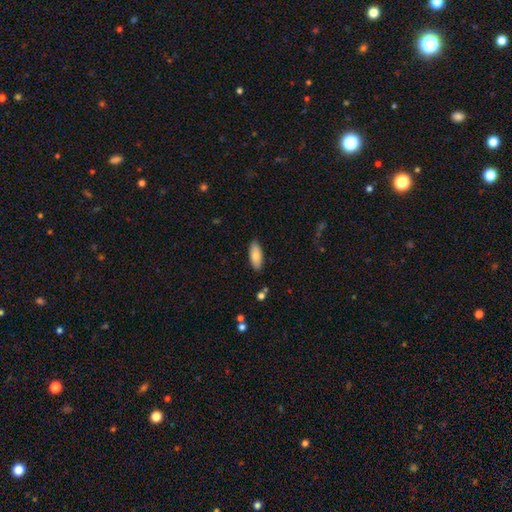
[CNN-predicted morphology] This is clearly a smooth galaxy (83%). How rounded: clearly in between (82%). Merging: clearly none (87%).